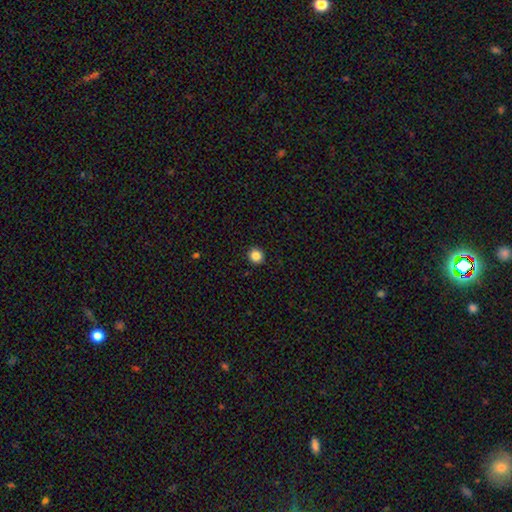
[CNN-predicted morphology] Smooth or featured: smooth — 86% (star or artifact — 11%)
How rounded: round — 91% (in between — 8%)
Merging: none — 93% (minor disturbance — 5%)